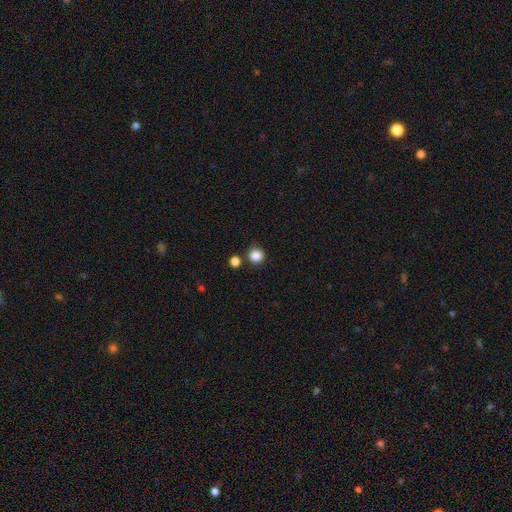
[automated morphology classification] smooth-or-featured: smooth: 85% | star or artifact: 12% | featured or disk: 4%
  how-rounded: round: 92% | in between: 7% | cigar-shaped: 1%
  merging: none: 83% | minor disturbance: 8% | merger: 7% | major disturbance: 2%